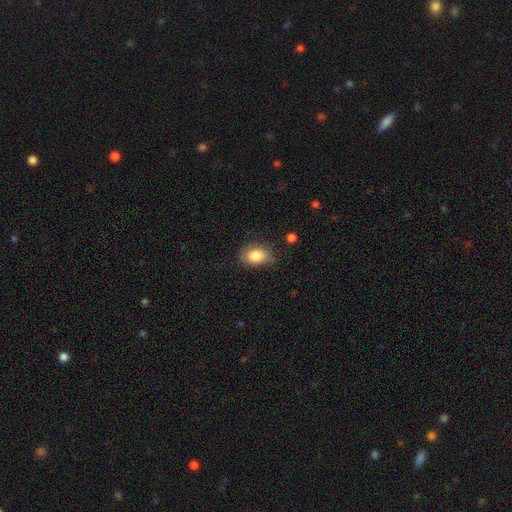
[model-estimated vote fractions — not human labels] This appears to be a smooth galaxy with no disk features (83%) that is in between round and cigar-shaped (78%). Merging: none (70%).